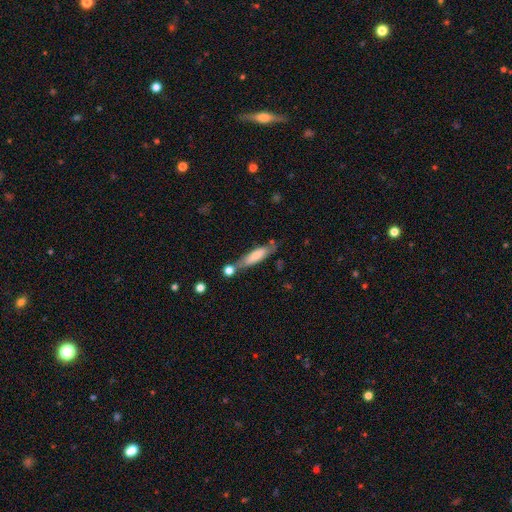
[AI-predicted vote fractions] Smooth or featured? Predicted: smooth (p=0.66). How rounded? Predicted: cigar-shaped (p=0.72). Merging? Predicted: none (p=0.52).